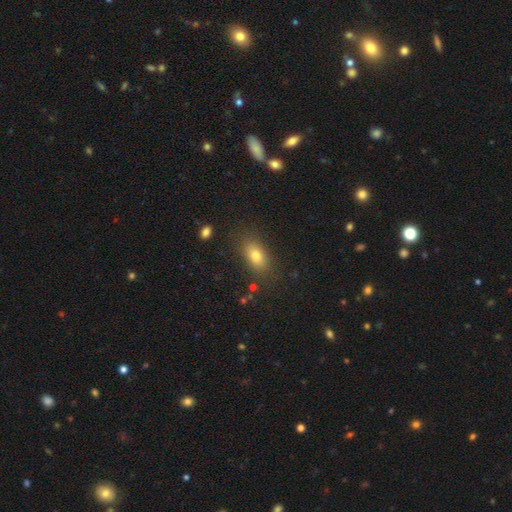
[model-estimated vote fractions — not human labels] Smooth or featured? Predicted: smooth (p=0.79). How rounded? Predicted: in between (p=0.84). Merging? Predicted: none (p=0.83).